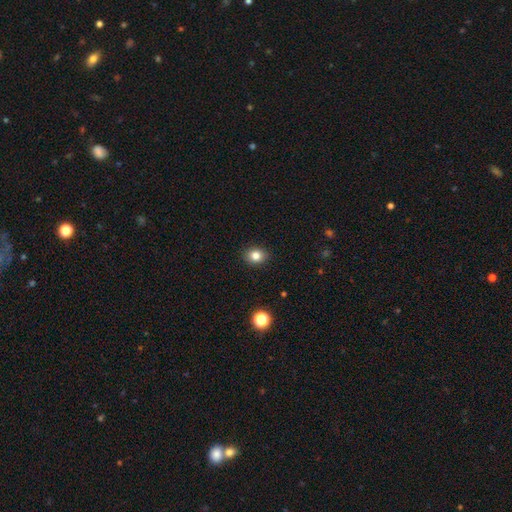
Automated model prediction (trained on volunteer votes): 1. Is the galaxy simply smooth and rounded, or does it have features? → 82% smooth, 12% star or artifact, 7% featured or disk.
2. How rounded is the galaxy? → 57% round, 42% in between, 1% cigar-shaped.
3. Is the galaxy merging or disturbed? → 90% none, 7% minor disturbance, 2% major disturbance, 1% merger.